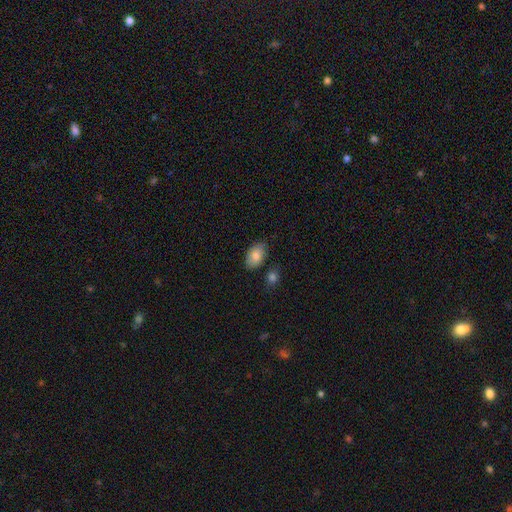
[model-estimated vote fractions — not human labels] smooth-or-featured: smooth: 82% | featured or disk: 11% | star or artifact: 7%
  how-rounded: in between: 92% | round: 6% | cigar-shaped: 1%
  merging: none: 77% | minor disturbance: 15% | merger: 6% | major disturbance: 3%